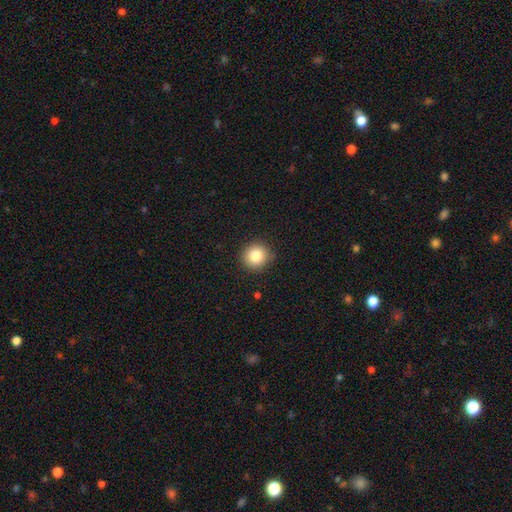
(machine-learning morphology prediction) A smooth galaxy with no disk features (84%) that is round (90%).

Vote fractions:
- Smooth or featured? smooth: 84% / star or artifact: 10% / featured or disk: 6%
- How rounded? round: 90% / in between: 9% / cigar-shaped: 1%
- Merging? none: 89% / minor disturbance: 8% / major disturbance: 2% / merger: 1%